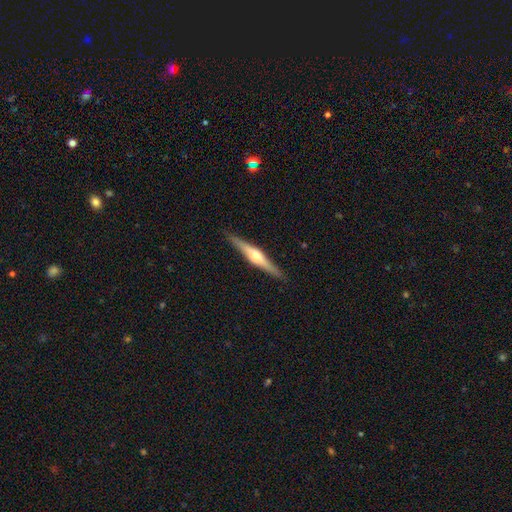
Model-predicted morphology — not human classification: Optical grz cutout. It shows a featured or disk galaxy (71%) viewed edge-on (97%) with a rounded central bulge (88%). Merging: none (90%).